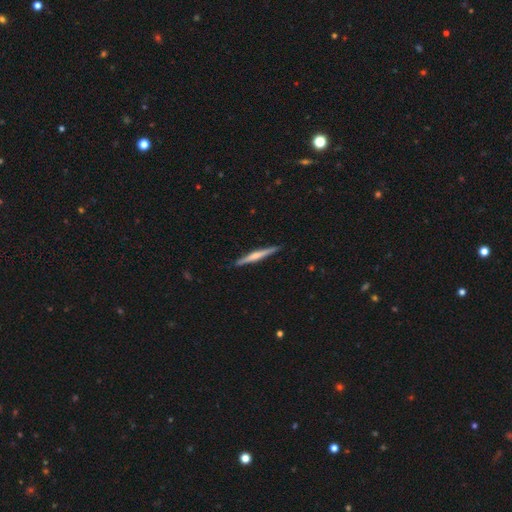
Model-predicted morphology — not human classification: This appears to be a featured or disk galaxy (57%) viewed edge-on (98%) with a rounded central bulge (56%). Merging: none (90%).